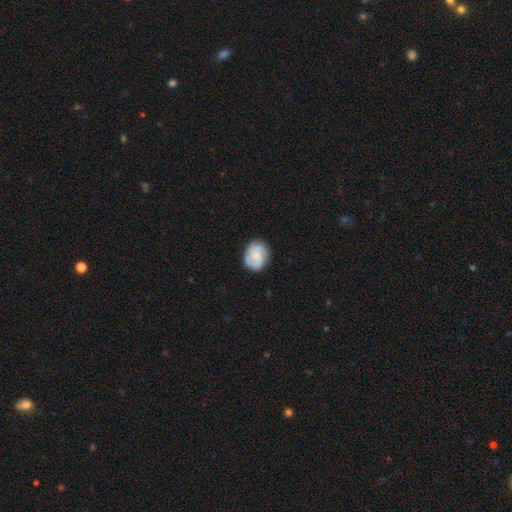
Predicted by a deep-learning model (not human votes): This is likely a featured or disk galaxy (67%). It is clearly not viewed edge-on (98%). Bar: likely no (62%). Spiral arm pattern: clearly yes (95%). Spiral arm count: likely 2 (69%). Spiral winding: possibly tight (45%). Central bulge: marginally small (45%). Merging: clearly none (82%).